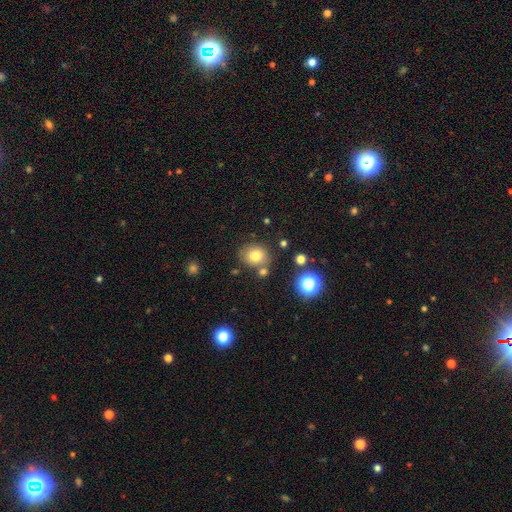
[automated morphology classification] Q: Smooth or featured?
A: smooth (76%); runner-up: star or artifact (13%)
Q: How rounded?
A: round (72%); runner-up: in between (27%)
Q: Merging?
A: none (72%); runner-up: merger (12%)